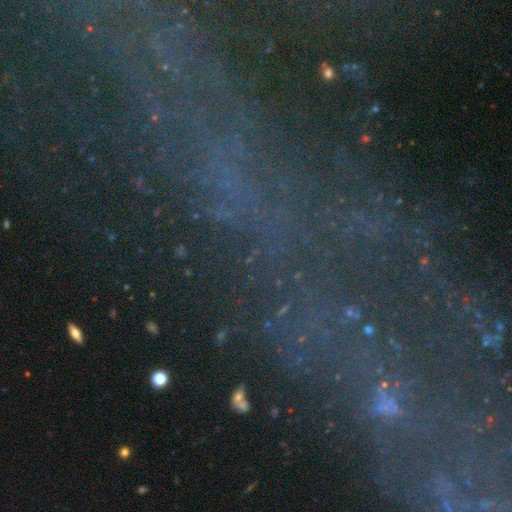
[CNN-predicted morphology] smooth_or_featured: star or artifact (p=0.73) [alt: featured or disk p=0.15]